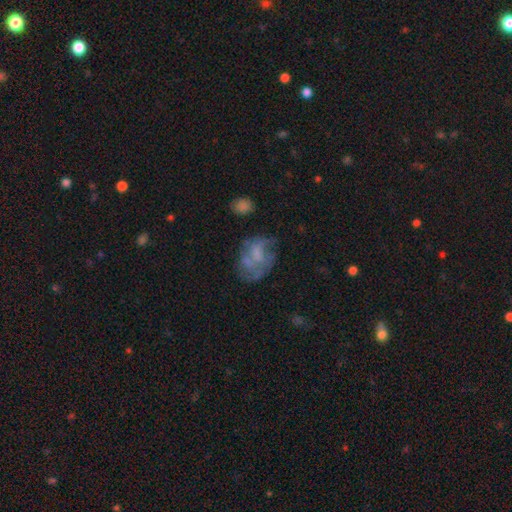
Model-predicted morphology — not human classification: A featured or disk galaxy (52%) with no bar (73%), no spiral arms (58%) and no central bulge (46%). Merging: none (47%).